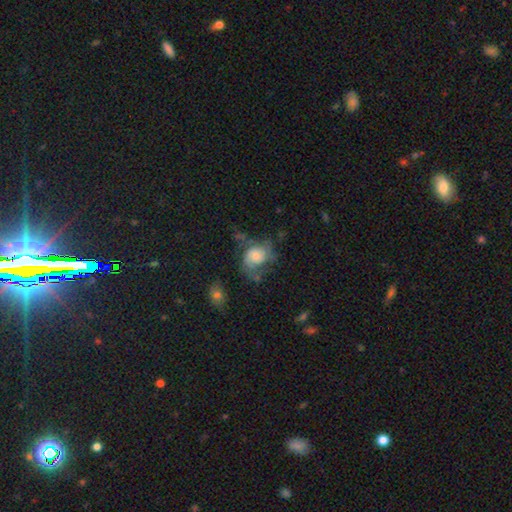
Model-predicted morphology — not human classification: Q: Smooth or featured?
A: featured or disk (59%); runner-up: smooth (32%)
Q: Edge-on disk?
A: no (97%); runner-up: yes (3%)
Q: Bar?
A: no (73%); runner-up: weak (23%)
Q: Spiral arms?
A: yes (82%); runner-up: no (18%)
Q: Bulge size?
A: moderate (40%); runner-up: large (24%)
Q: Merging?
A: none (39%); runner-up: major disturbance (32%)